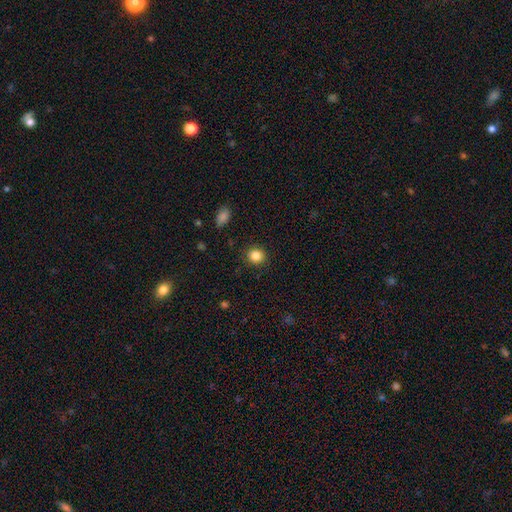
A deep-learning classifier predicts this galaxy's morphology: Smooth or featured?
  - smooth: 85% *
  - star or artifact: 10%
  - featured or disk: 4%
How rounded?
  - round: 81% *
  - in between: 18%
  - cigar-shaped: 1%
Merging?
  - none: 89% *
  - minor disturbance: 8%
  - major disturbance: 3%
  - merger: 1%